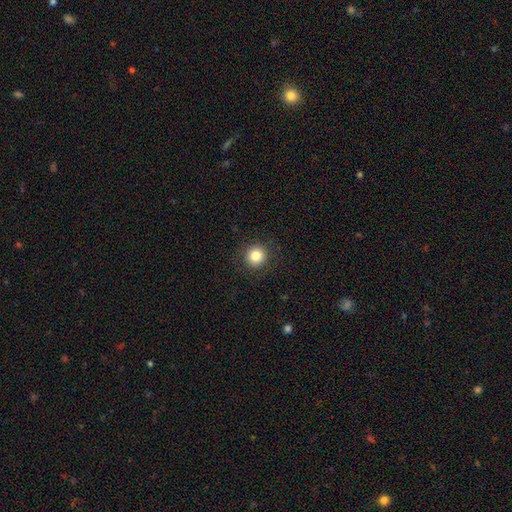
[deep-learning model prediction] A smooth galaxy with no disk features (83%) that is round (94%). Merging: none (91%).